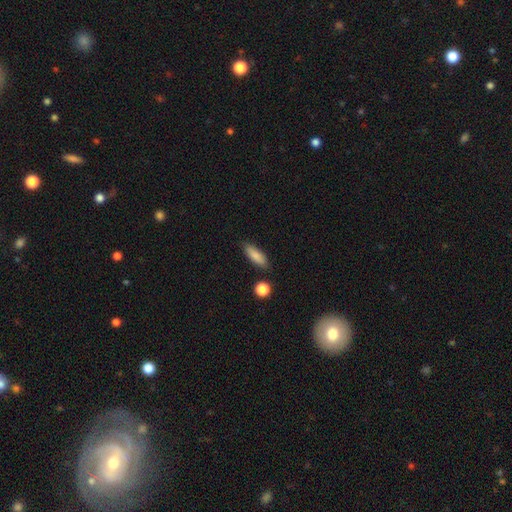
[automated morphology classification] type=smooth (85%); roundness=in between (51%); merging=none (84%).